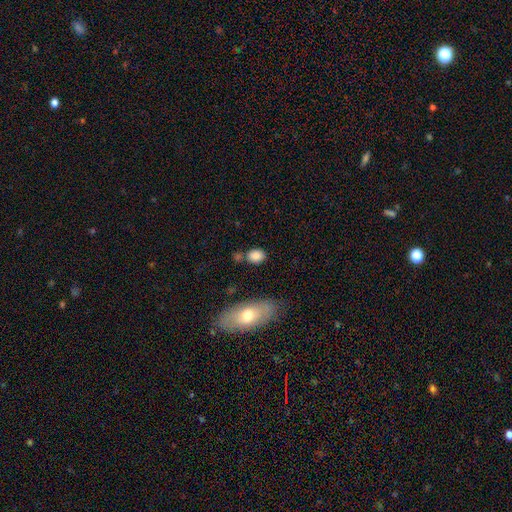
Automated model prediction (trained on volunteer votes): Q: Smooth or featured?
A: smooth (84%); runner-up: star or artifact (8%)
Q: How rounded?
A: in between (61%); runner-up: round (36%)
Q: Merging?
A: none (67%); runner-up: minor disturbance (15%)